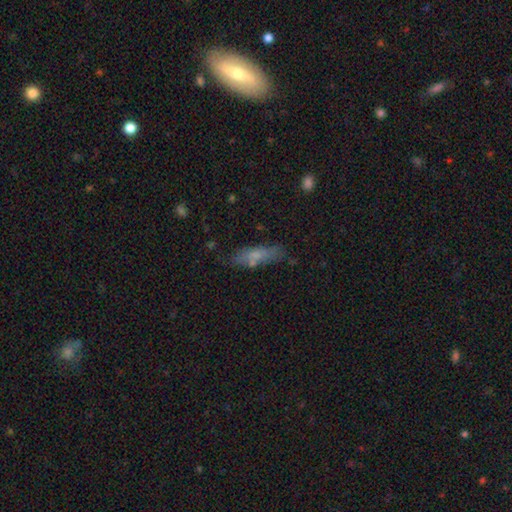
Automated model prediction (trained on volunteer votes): Smooth or featured? Predicted: smooth (p=0.67). How rounded? Predicted: cigar-shaped (p=0.60). Merging? Predicted: none (p=0.72).